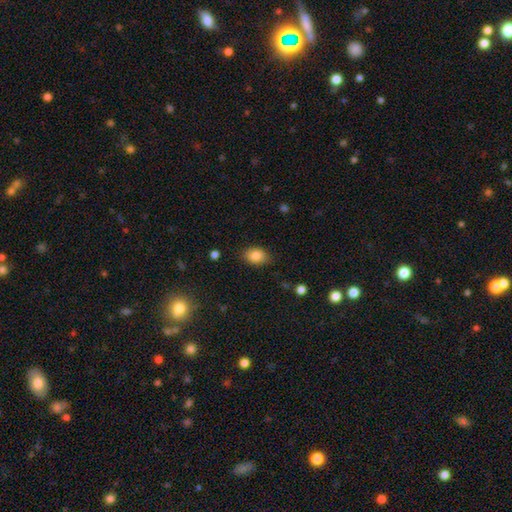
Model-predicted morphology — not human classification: Smooth or featured? smooth (85%)
How rounded? in between (77%)
Merging? none (82%)